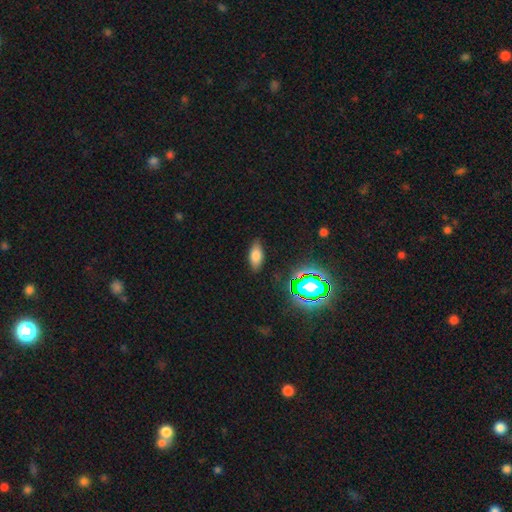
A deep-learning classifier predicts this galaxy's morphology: The model was most divided on "smooth or featured": smooth: 73%, star or artifact: 15%, featured or disk: 12%. More confident: how rounded — in between (86%); merging — none (84%).